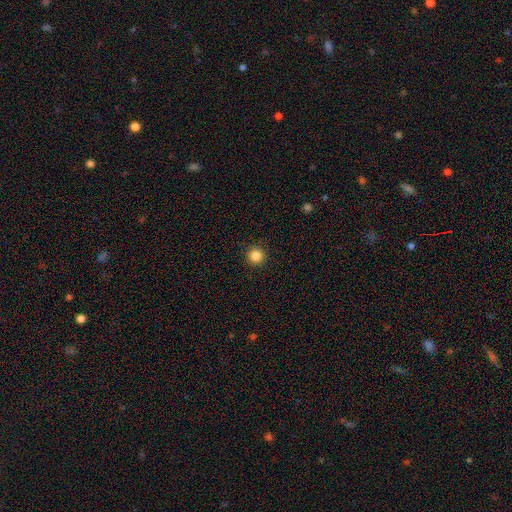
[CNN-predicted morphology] Smooth or featured?
  - smooth: 85% *
  - star or artifact: 11%
  - featured or disk: 4%
How rounded?
  - round: 96% *
  - in between: 3%
  - cigar-shaped: 1%
Merging?
  - none: 92% *
  - minor disturbance: 5%
  - major disturbance: 2%
  - merger: 1%